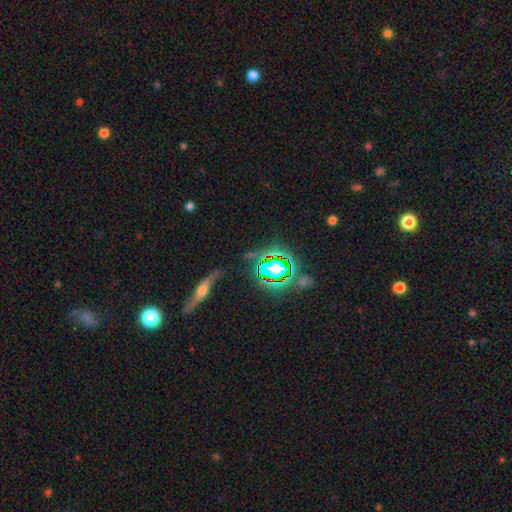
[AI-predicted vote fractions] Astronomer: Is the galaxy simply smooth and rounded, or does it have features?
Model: star or artifact — 51% (runner-up: featured or disk, 31%).